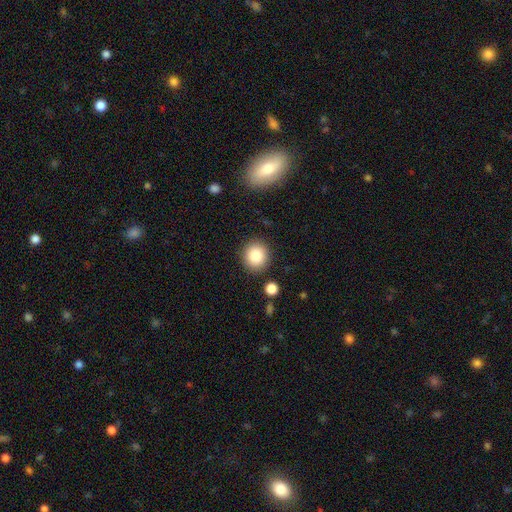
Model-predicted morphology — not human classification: smooth 85%, star or artifact 9%, featured or disk 6%. Down the decision tree: how rounded — round (88%); merging — none (88%).